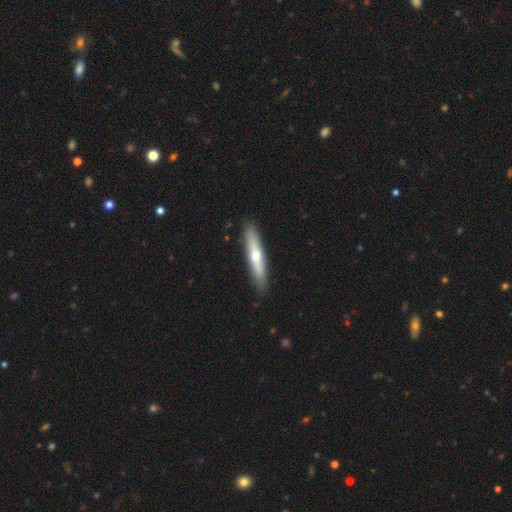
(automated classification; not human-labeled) Morphology: type=smooth (53%); roundness=cigar-shaped (88%); merging=none (88%).